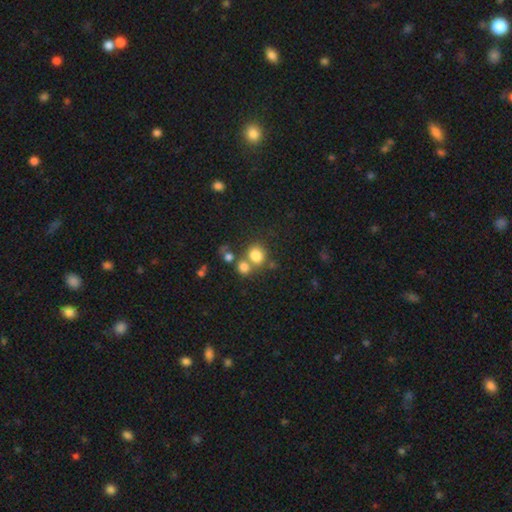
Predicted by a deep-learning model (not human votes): smooth 79%, star or artifact 13%, featured or disk 9%. Down the decision tree: how rounded — round (73%); merging — none (52%).